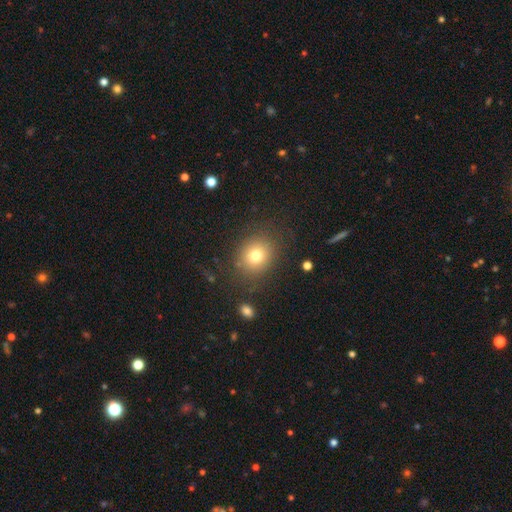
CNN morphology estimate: type=smooth (76%); roundness=round (71%); merging=none (81%).